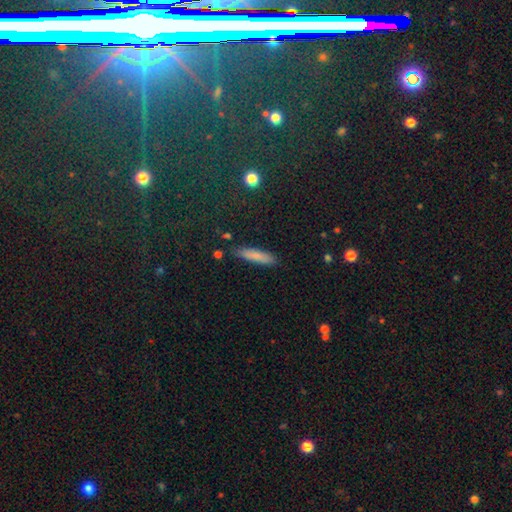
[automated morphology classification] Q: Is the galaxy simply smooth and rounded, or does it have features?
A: smooth — 79%.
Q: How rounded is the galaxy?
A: cigar-shaped — 81%.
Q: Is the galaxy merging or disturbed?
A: none — 86%.